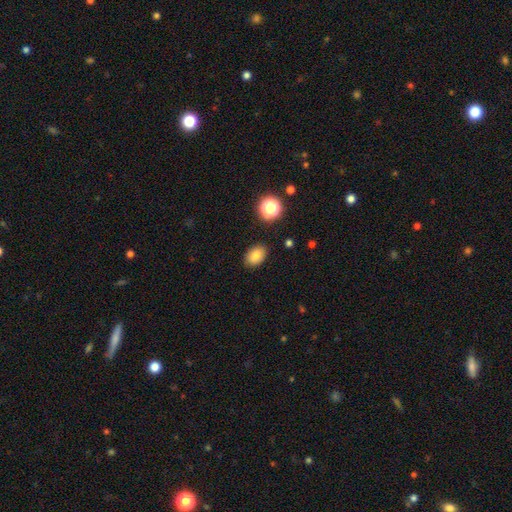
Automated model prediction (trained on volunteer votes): Smooth or featured: smooth — 82% (star or artifact — 11%)
How rounded: in between — 81% (round — 18%)
Merging: none — 86% (minor disturbance — 10%)